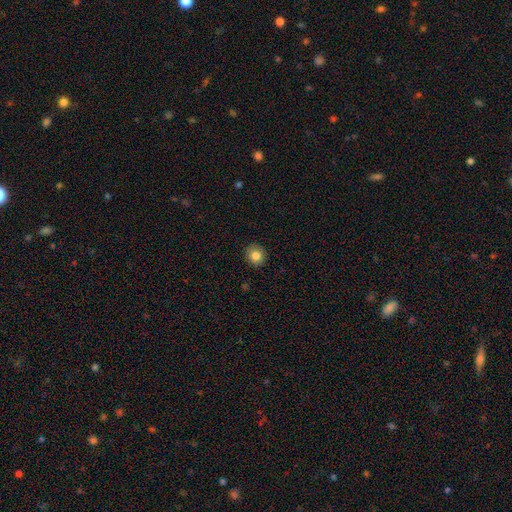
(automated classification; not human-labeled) This appears to be a smooth galaxy with no disk features (82%) that is round (89%). Merging: none (89%).